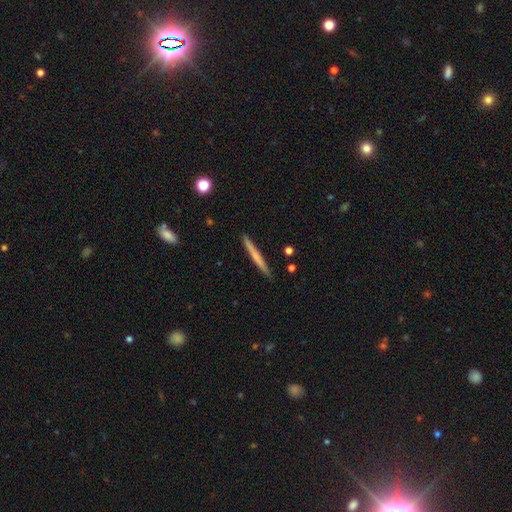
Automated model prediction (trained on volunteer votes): Smooth or featured: smooth — 60% (featured or disk — 35%)
How rounded: cigar-shaped — 97% (in between — 2%)
Merging: none — 91% (minor disturbance — 6%)